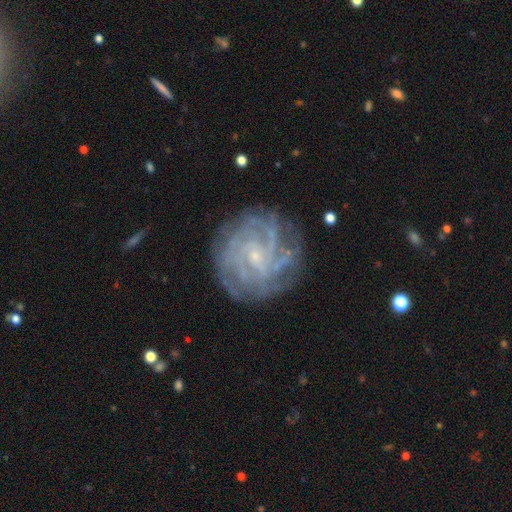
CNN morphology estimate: This appears to be a featured or disk galaxy (84%) with no bar (52%), tight (70%) spiral arms (95%) and a small central bulge (82%). Merging: none (79%).